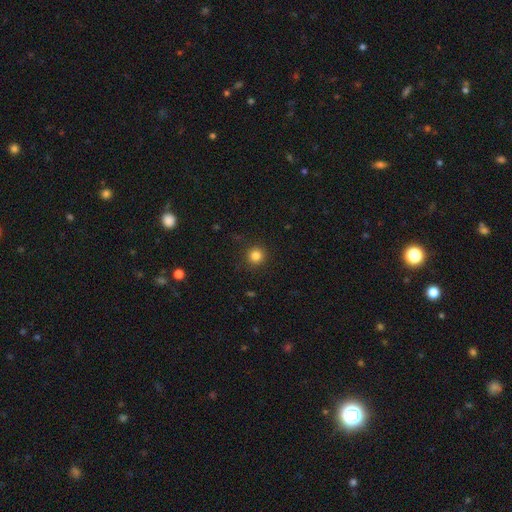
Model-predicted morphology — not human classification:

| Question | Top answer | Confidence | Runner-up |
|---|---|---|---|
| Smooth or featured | smooth | 84% | star or artifact (12%) |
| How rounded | round | 95% | in between (4%) |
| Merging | none | 91% | minor disturbance (6%) |